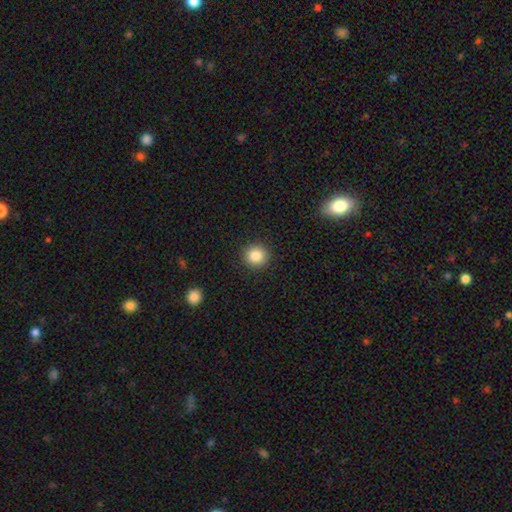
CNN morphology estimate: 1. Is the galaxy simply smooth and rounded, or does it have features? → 86% smooth, 10% star or artifact, 5% featured or disk.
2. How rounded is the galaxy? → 93% round, 6% in between, 1% cigar-shaped.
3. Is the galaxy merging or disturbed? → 91% none, 6% minor disturbance, 2% major disturbance, 1% merger.